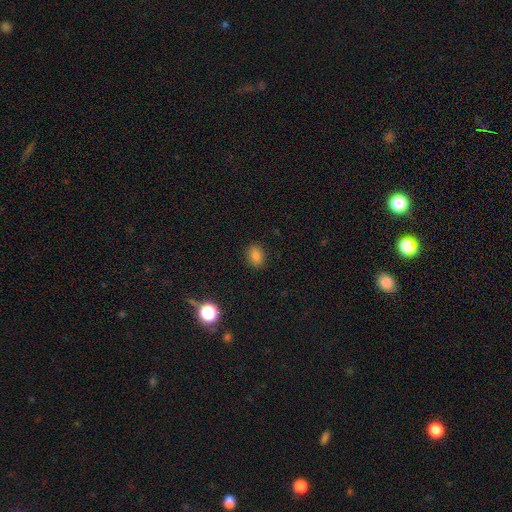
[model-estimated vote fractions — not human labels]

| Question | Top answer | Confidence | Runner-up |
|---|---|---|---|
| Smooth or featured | smooth | 81% | star or artifact (14%) |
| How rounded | in between | 58% | round (40%) |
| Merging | none | 88% | minor disturbance (9%) |